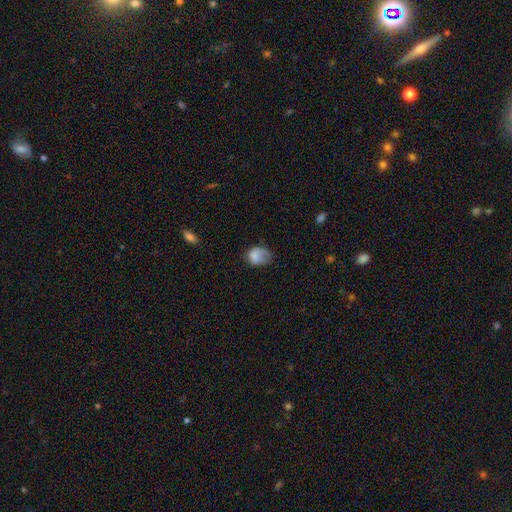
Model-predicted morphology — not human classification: smooth-or-featured: smooth: 74% | featured or disk: 17% | star or artifact: 9%
  how-rounded: in between: 68% | round: 31% | cigar-shaped: 1%
  merging: none: 36% | minor disturbance: 34% | major disturbance: 27% | merger: 2%